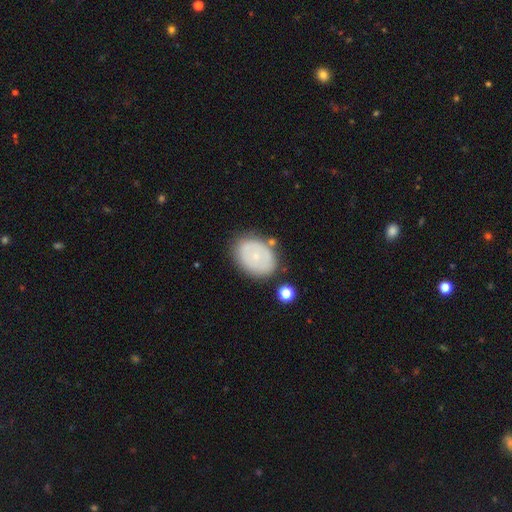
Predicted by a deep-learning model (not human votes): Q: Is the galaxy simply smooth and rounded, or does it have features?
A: smooth — 56%.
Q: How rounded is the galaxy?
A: in between — 71%.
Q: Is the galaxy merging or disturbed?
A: none — 74%.